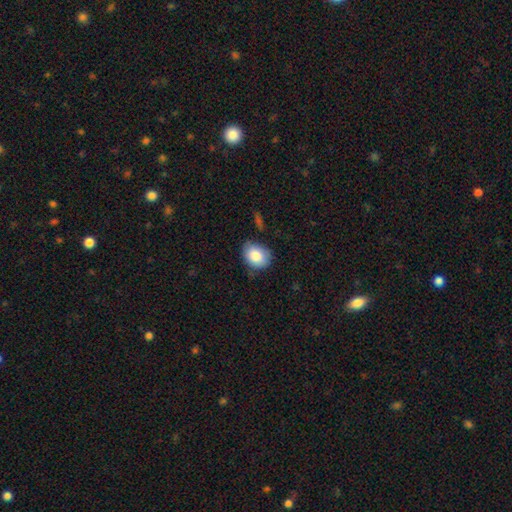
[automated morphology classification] This appears to be a smooth galaxy with no disk features (85%) that is in between round and cigar-shaped (58%). Merging: none (74%).